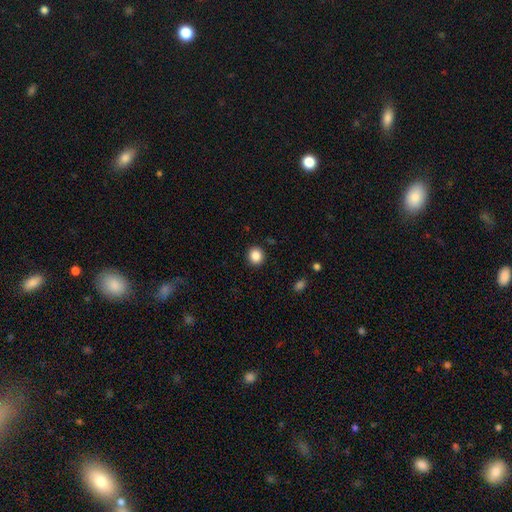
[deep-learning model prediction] The model was most divided on "how rounded": round: 85%, in between: 15%, cigar-shaped: 1%. More confident: merging — none (91%); smooth or featured — smooth (87%).